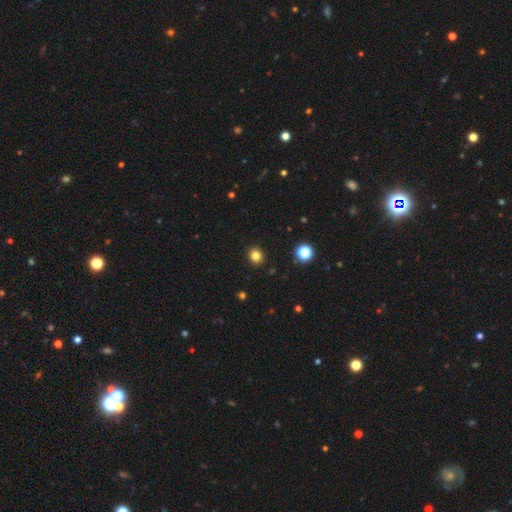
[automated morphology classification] smooth_or_featured: smooth (p=0.82) [alt: star or artifact p=0.13]
how_rounded: round (p=0.75) [alt: in between p=0.24]
merging: none (p=0.91) [alt: minor disturbance p=0.06]